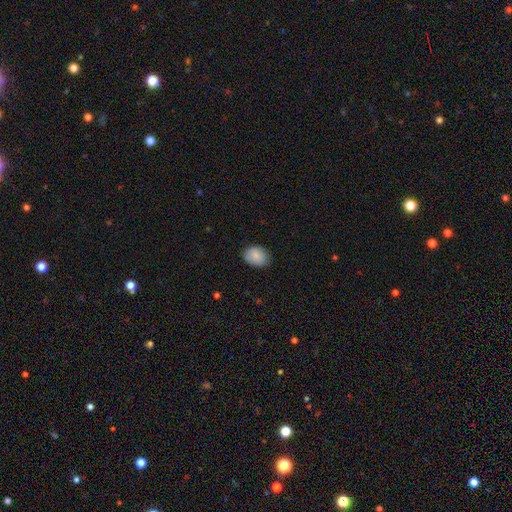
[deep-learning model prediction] Q: Smooth or featured?
A: smooth (86%); runner-up: star or artifact (7%)
Q: How rounded?
A: in between (74%); runner-up: round (25%)
Q: Merging?
A: none (81%); runner-up: minor disturbance (15%)